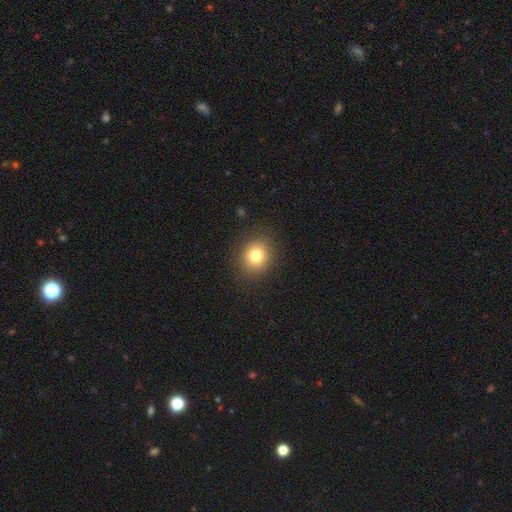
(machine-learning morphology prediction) Q: Smooth or featured?
A: smooth (79%); runner-up: star or artifact (12%)
Q: How rounded?
A: round (76%); runner-up: in between (24%)
Q: Merging?
A: none (88%); runner-up: minor disturbance (8%)